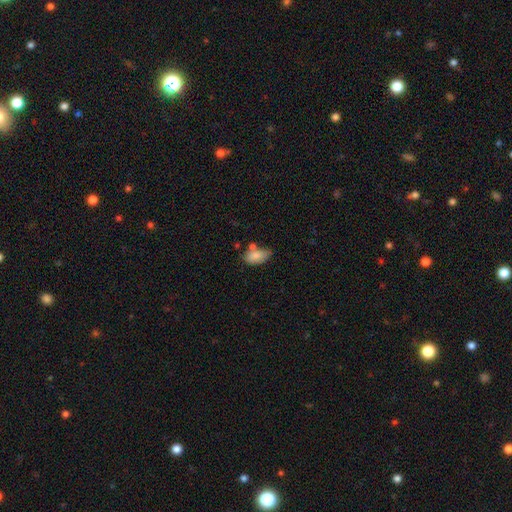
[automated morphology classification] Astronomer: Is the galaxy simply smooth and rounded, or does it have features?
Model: smooth — 82%.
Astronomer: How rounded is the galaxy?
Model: in between — 91%.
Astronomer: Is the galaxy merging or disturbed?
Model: none — 49% (runner-up: minor disturbance, 27%).